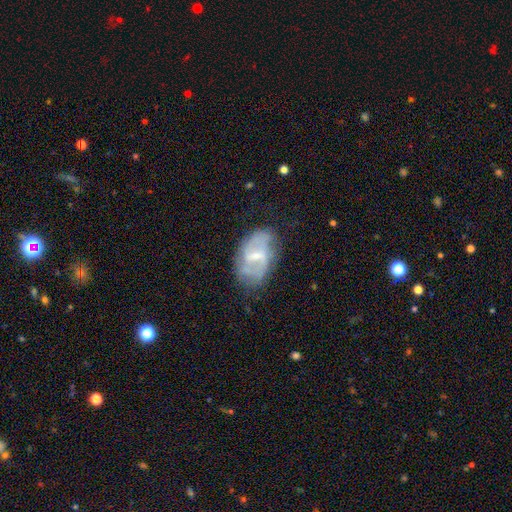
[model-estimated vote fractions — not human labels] smooth_or_featured: featured or disk (p=0.70) [alt: smooth p=0.23]
disk_edge_on: no (p=0.96) [alt: yes p=0.04]
bar: weak (p=0.57) [alt: strong p=0.23]
has_spiral_arms: yes (p=0.73) [alt: no p=0.27]
bulge_size: small (p=0.50) [alt: moderate p=0.34]
merging: none (p=0.61) [alt: minor disturbance p=0.26]